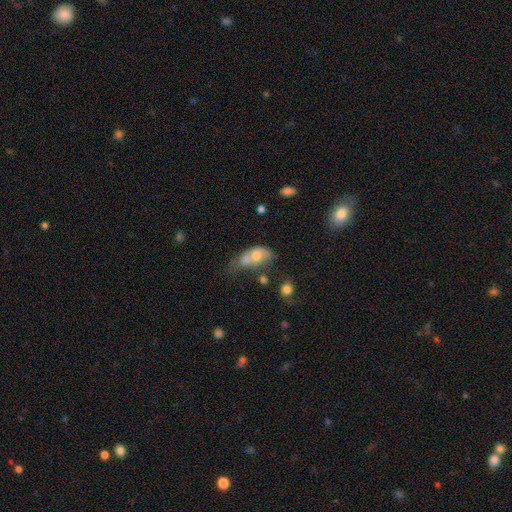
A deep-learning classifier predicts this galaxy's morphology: Smooth or featured?
  - smooth: 57% *
  - featured or disk: 34%
  - star or artifact: 10%
How rounded?
  - in between: 81% *
  - round: 13%
  - cigar-shaped: 6%
Merging?
  - merger: 37% *
  - major disturbance: 23%
  - minor disturbance: 21%
  - none: 19%